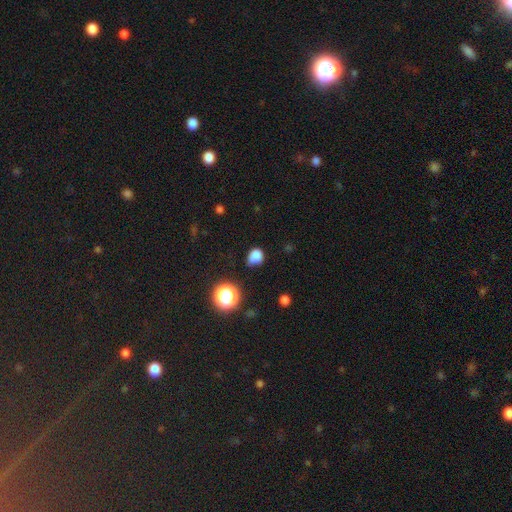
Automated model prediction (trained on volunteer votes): Smooth or featured: smooth — 82% (star or artifact — 13%)
How rounded: round — 56% (in between — 43%)
Merging: none — 65% (minor disturbance — 25%)